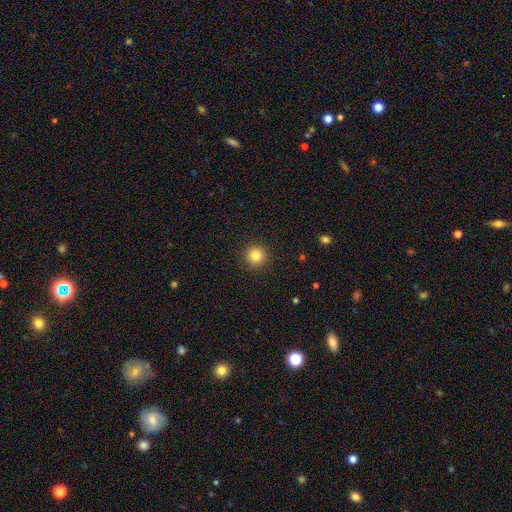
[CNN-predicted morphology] smooth 83%, star or artifact 12%, featured or disk 5%. Down the decision tree: how rounded — round (95%); merging — none (92%).